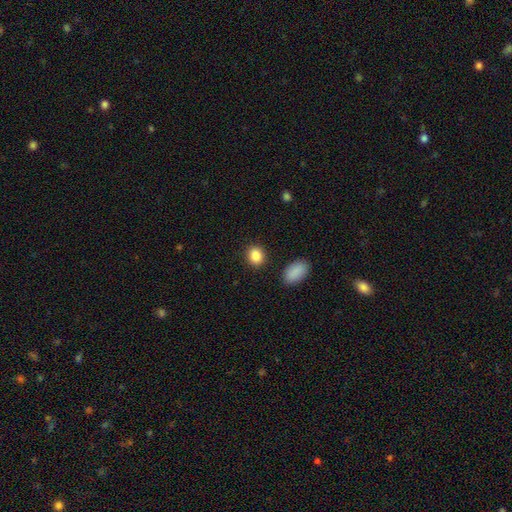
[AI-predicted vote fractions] Morphology: type=smooth (87%); roundness=round (59%); merging=none (88%).